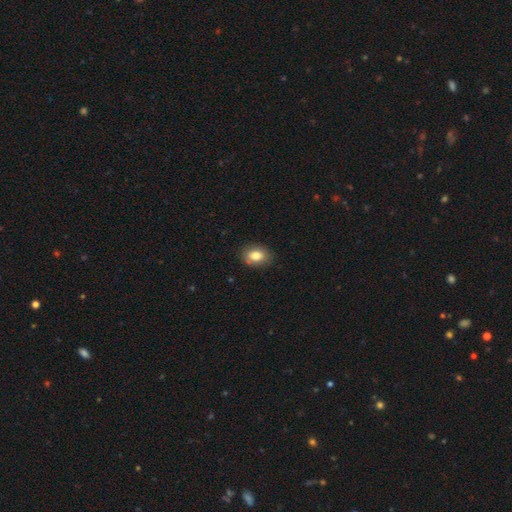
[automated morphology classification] A smooth galaxy with no disk features (82%) that is in between round and cigar-shaped (74%). Merging: none (84%).